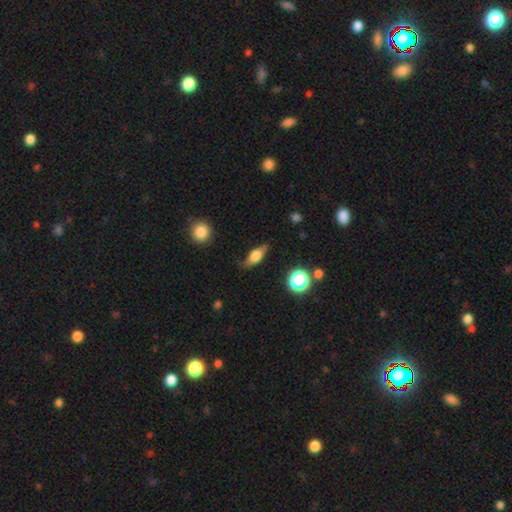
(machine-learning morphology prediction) A smooth galaxy with no disk features (54%) that is in between round and cigar-shaped (65%). Merging: none (73%).